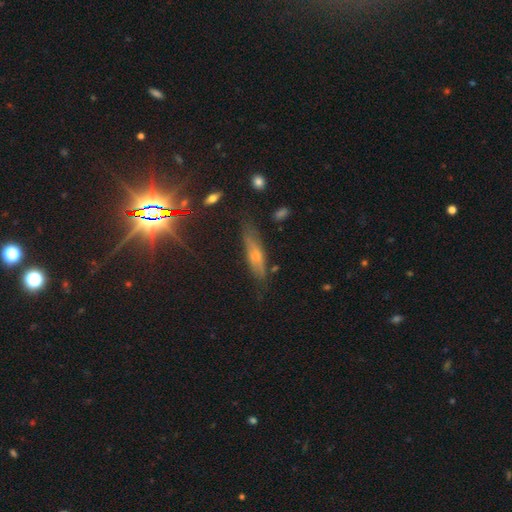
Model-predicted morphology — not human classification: smooth_or_featured: featured or disk (p=0.43) [alt: smooth p=0.41]
merging: none (p=0.73) [alt: minor disturbance p=0.20]